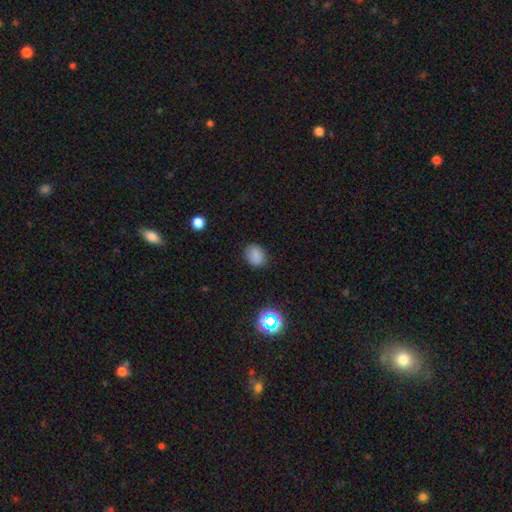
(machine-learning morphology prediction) smooth_or_featured: smooth (p=0.81) [alt: star or artifact p=0.14]
how_rounded: in between (p=0.50) [alt: round p=0.49]
merging: none (p=0.82) [alt: minor disturbance p=0.13]